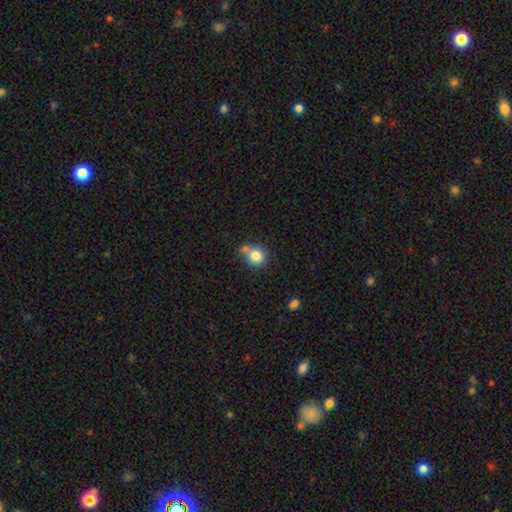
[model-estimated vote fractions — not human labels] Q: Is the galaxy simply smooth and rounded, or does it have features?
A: smooth — 80%.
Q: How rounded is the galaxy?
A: round — 82%.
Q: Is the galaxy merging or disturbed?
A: none — 49%.